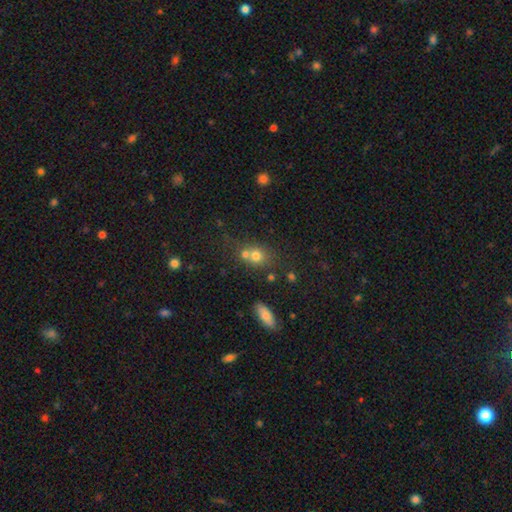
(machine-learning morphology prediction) smooth_or_featured: smooth (p=0.71) [alt: featured or disk p=0.14]
how_rounded: round (p=0.69) [alt: in between p=0.29]
merging: merger (p=0.48) [alt: none p=0.39]